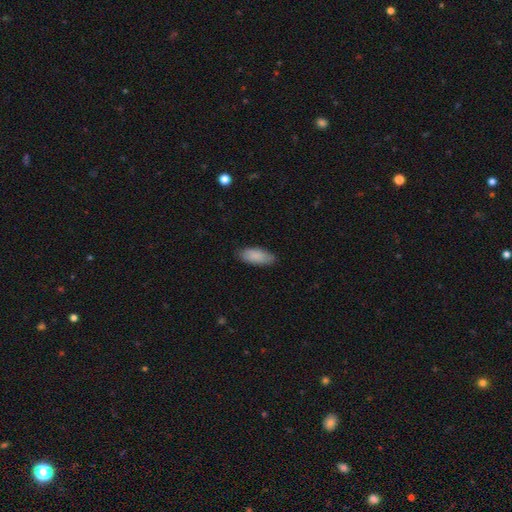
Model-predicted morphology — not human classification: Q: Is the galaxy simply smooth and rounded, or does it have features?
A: smooth — 88%.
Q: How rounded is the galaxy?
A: in between — 85%.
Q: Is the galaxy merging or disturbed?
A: none — 83%.